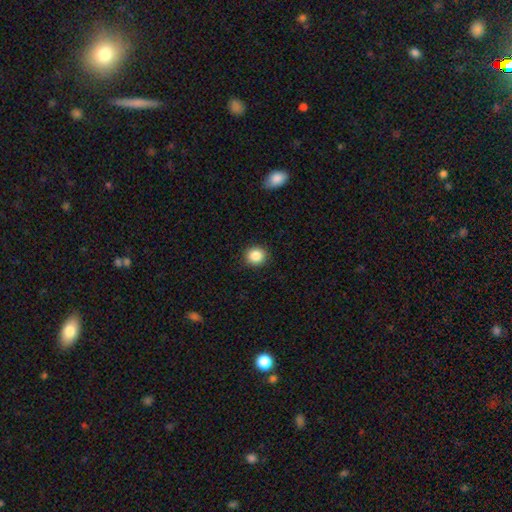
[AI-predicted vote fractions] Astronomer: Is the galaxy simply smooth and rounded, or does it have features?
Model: smooth — 86%.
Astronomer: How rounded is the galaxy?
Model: round — 88%.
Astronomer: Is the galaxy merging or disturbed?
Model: none — 91%.